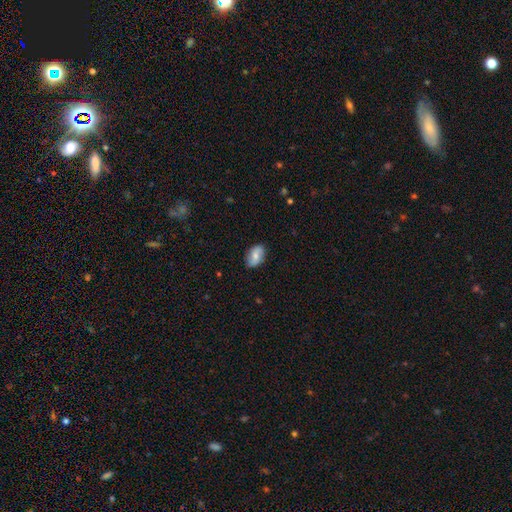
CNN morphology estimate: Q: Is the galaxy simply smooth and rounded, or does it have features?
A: smooth — 57%.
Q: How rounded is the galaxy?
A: in between — 88%.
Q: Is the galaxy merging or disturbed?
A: none — 83%.